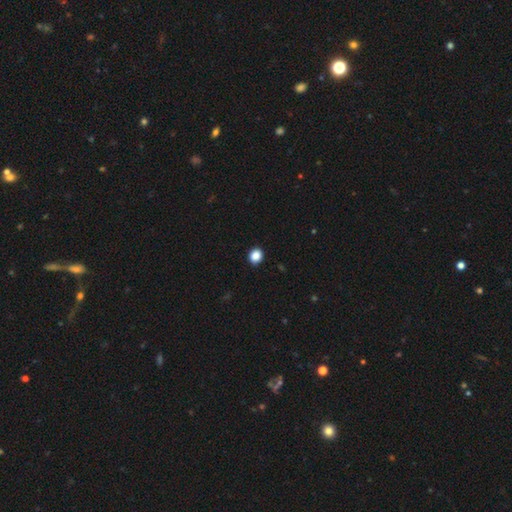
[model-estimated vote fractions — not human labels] A smooth galaxy with no disk features (87%) that is round (79%).

Vote fractions:
- Smooth or featured? smooth: 87% / star or artifact: 10% / featured or disk: 3%
- How rounded? round: 79% / in between: 20% / cigar-shaped: 1%
- Merging? none: 91% / minor disturbance: 6% / major disturbance: 2% / merger: 1%